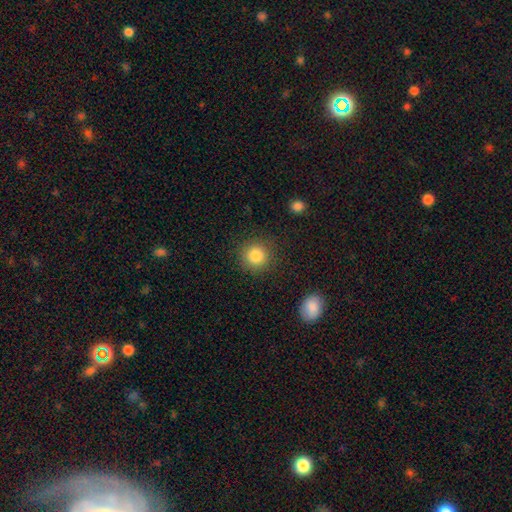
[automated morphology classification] This is clearly a smooth galaxy (84%). How rounded: clearly round (94%). Merging: clearly none (88%).